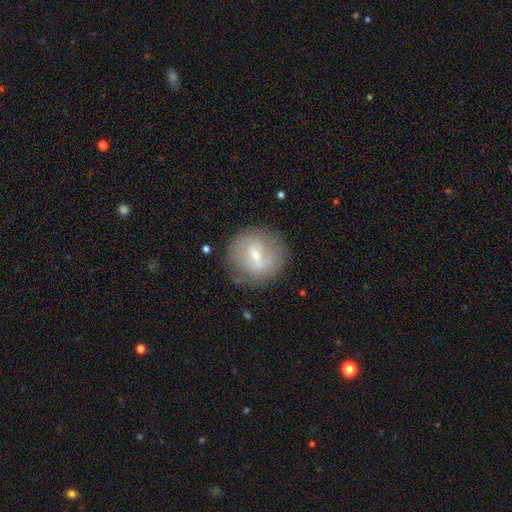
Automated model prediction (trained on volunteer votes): A featured or disk galaxy (50%). Merging: none (77%).